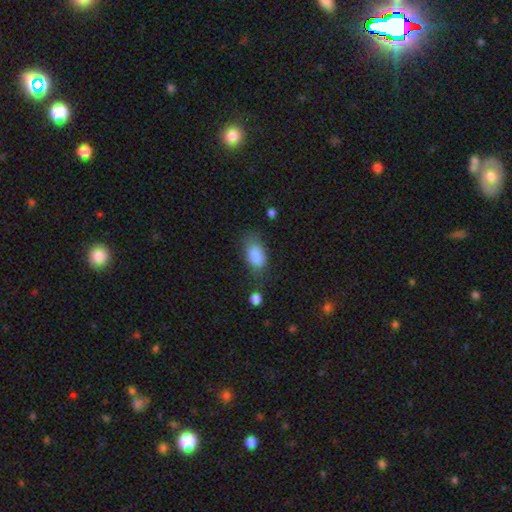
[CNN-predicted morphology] type=smooth (86%); roundness=in between (90%); merging=none (59%).